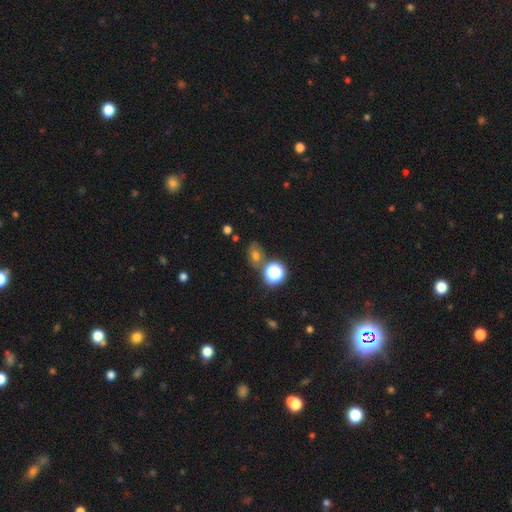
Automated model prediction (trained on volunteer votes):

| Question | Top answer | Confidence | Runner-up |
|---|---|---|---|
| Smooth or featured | smooth | 55% | star or artifact (29%) |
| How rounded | in between | 56% | round (43%) |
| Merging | none | 68% | minor disturbance (15%) |